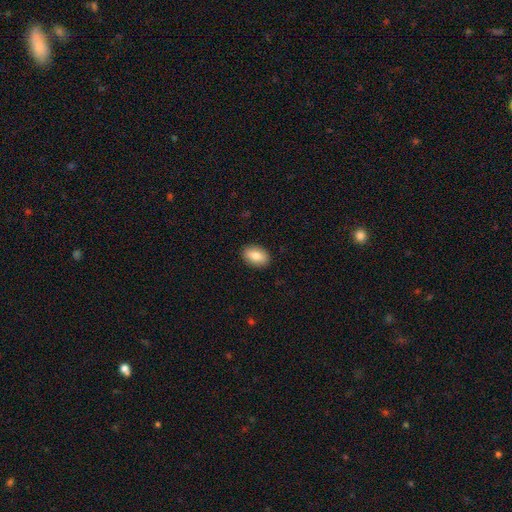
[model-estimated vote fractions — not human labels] Smooth or featured? smooth (82%)
How rounded? in between (88%)
Merging? none (89%)